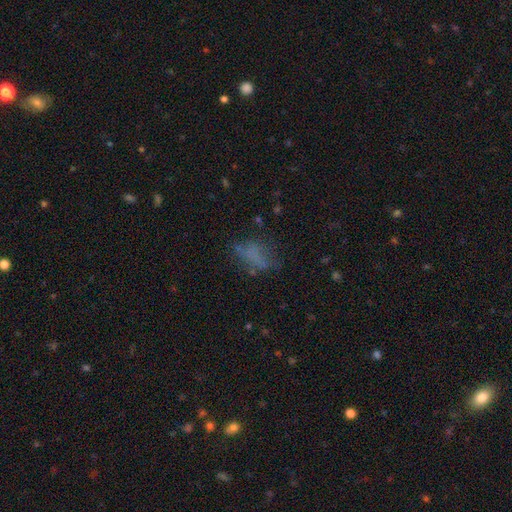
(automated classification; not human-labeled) The model was most divided on "merging": none: 49%, major disturbance: 25%, minor disturbance: 23%, merger: 4%. More confident: how rounded — in between (77%); smooth or featured — smooth (55%).